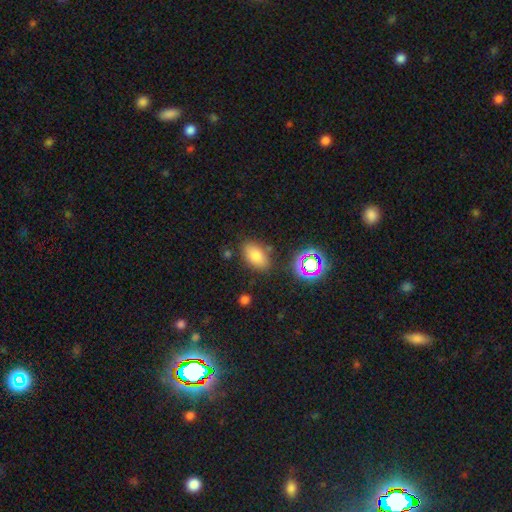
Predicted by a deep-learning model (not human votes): smooth 76%, star or artifact 14%, featured or disk 9%. Down the decision tree: how rounded — in between (88%); merging — none (79%).